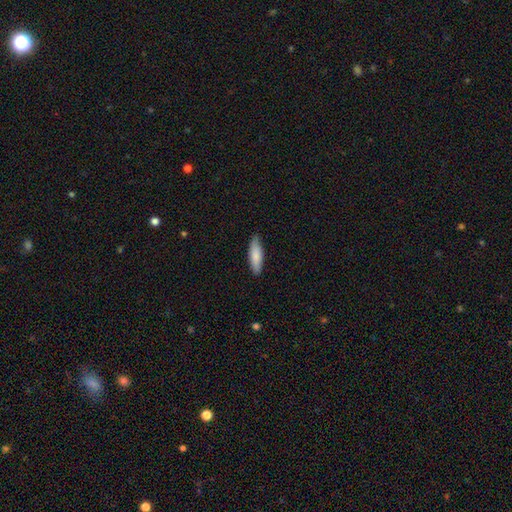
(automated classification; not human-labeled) smooth 82%, featured or disk 13%, star or artifact 5%. Down the decision tree: how rounded — cigar-shaped (53%); merging — none (84%).